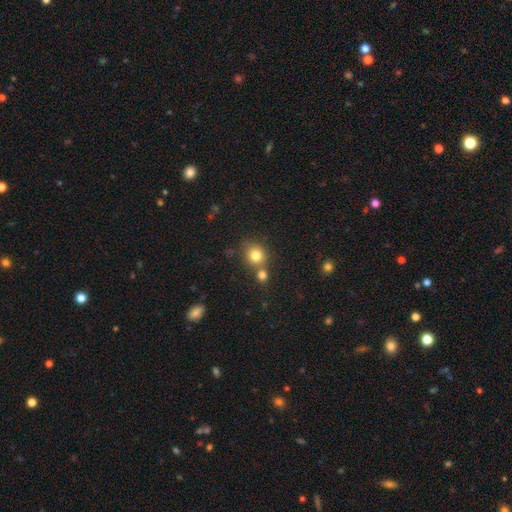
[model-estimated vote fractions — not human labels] This appears to be a smooth galaxy with no disk features (80%) that is round (83%). Merging: none (58%).